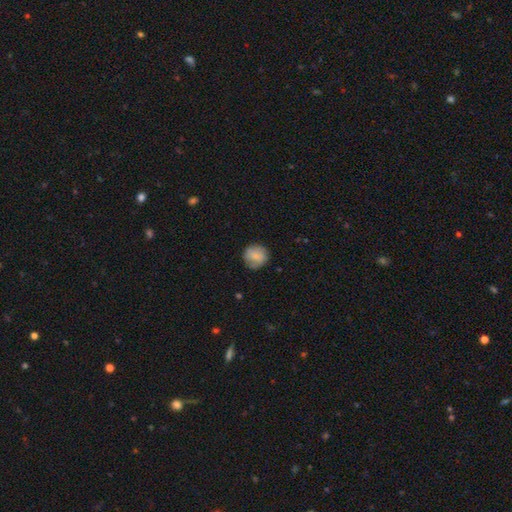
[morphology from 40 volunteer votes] smooth 82%, featured or disk 12%, star or artifact 5%. Down the decision tree: how rounded — round (82%); merging — none (79%).